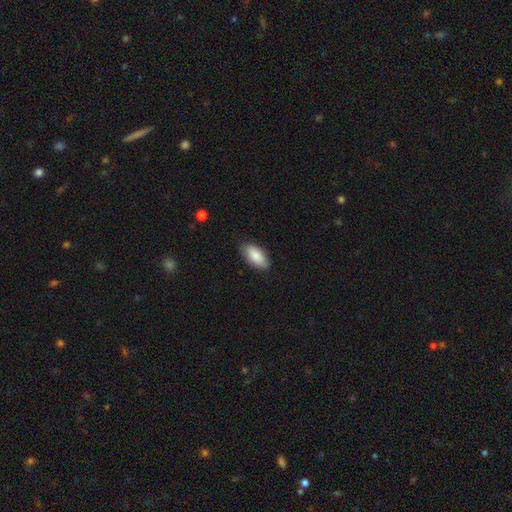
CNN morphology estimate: Overall: smooth (86%). How rounded: in between (91%). Merging: none (84%).